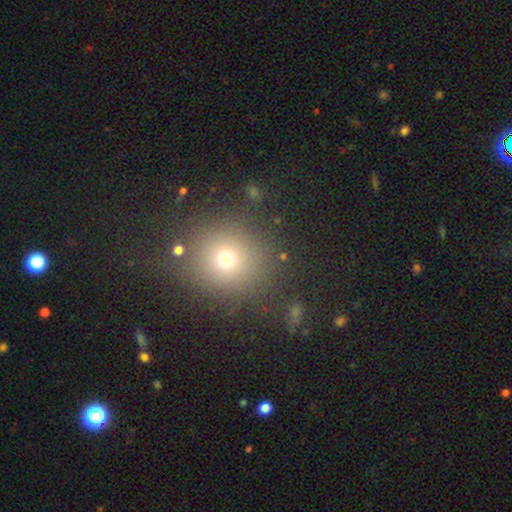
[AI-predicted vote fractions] Smooth or featured? smooth (61%)
How rounded? round (88%)
Merging? none (85%)